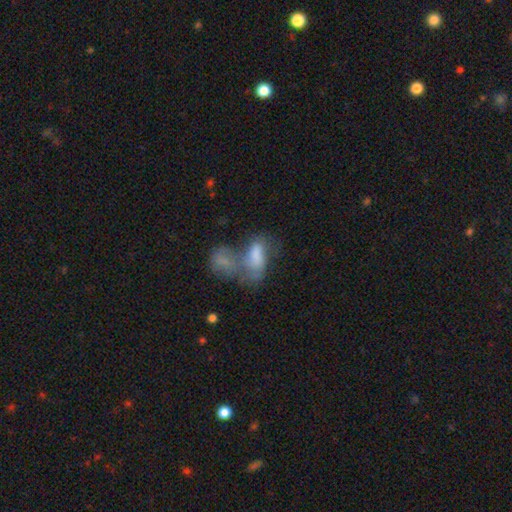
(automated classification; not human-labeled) smooth 58%, featured or disk 31%, star or artifact 11%. Down the decision tree: how rounded — in between (86%); merging — merger (62%).